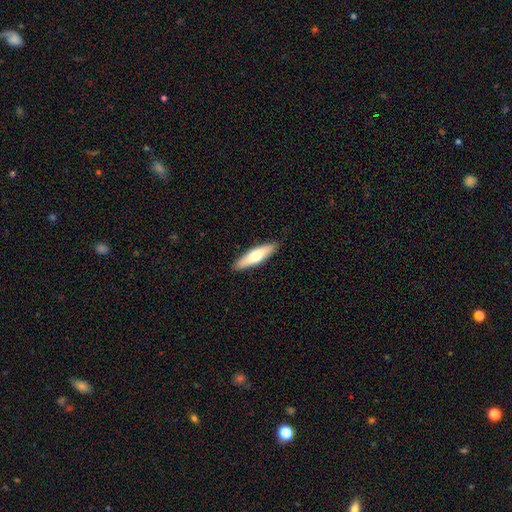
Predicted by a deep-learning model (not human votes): smooth 65%, featured or disk 30%, star or artifact 5%. Down the decision tree: how rounded — cigar-shaped (63%); merging — none (88%).